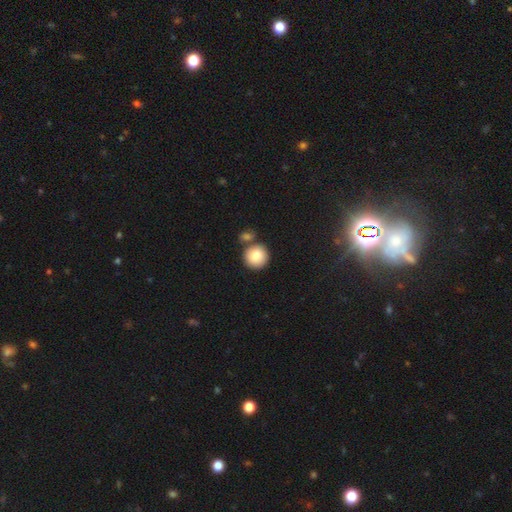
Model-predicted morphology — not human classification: smooth_or_featured: smooth (p=0.83) [alt: featured or disk p=0.09]
how_rounded: round (p=0.93) [alt: in between p=0.06]
merging: none (p=0.67) [alt: merger p=0.21]